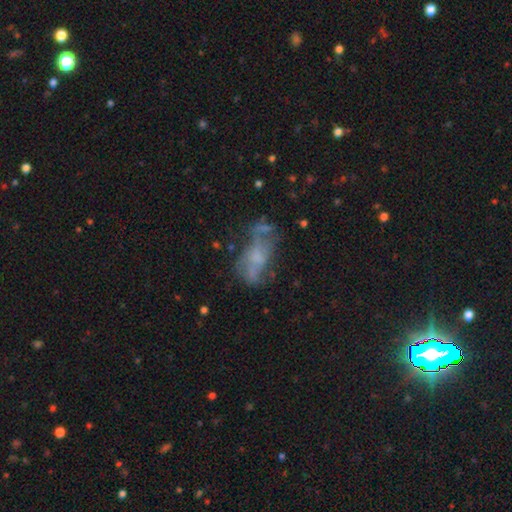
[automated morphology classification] A featured or disk galaxy (51%).

Vote fractions:
- Smooth or featured? featured or disk: 51% / smooth: 29% / star or artifact: 19%
- Edge-on disk? no: 90% / yes: 10%
- Merging? none: 44% / major disturbance: 25% / minor disturbance: 21% / merger: 10%